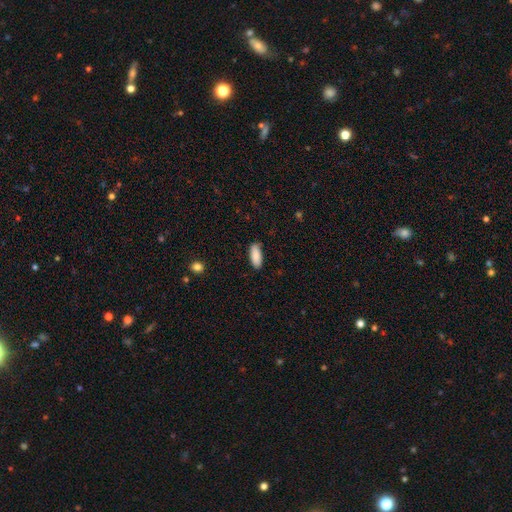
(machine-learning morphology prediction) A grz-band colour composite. It shows a smooth galaxy with no disk features (89%) that is in between round and cigar-shaped (75%). Merging: none (86%).